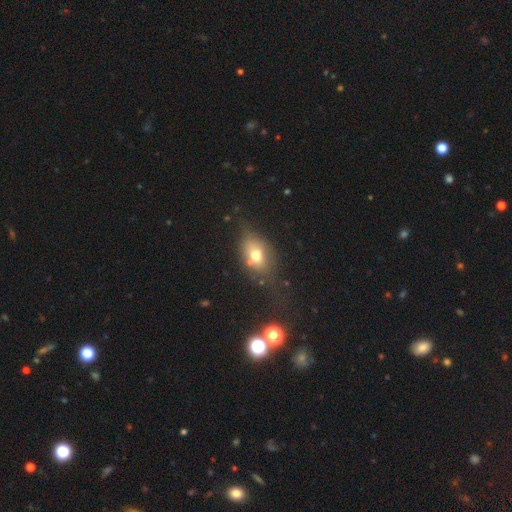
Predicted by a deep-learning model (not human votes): smooth_or_featured: smooth (p=0.66) [alt: featured or disk p=0.21]
how_rounded: in between (p=0.77) [alt: round p=0.20]
merging: none (p=0.53) [alt: minor disturbance p=0.24]